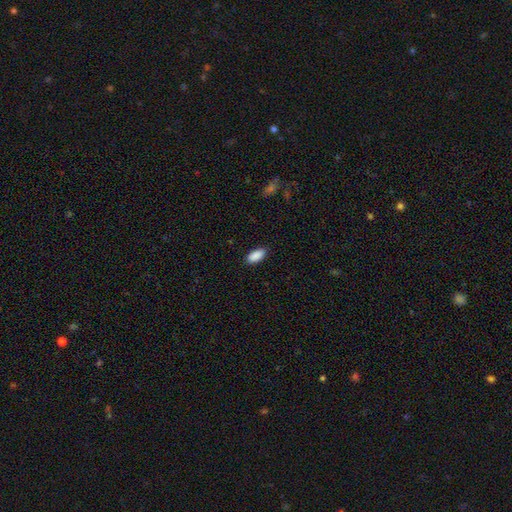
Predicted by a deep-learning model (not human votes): Q: Smooth or featured?
A: smooth (91%); runner-up: star or artifact (6%)
Q: How rounded?
A: in between (92%); runner-up: cigar-shaped (6%)
Q: Merging?
A: none (88%); runner-up: minor disturbance (9%)